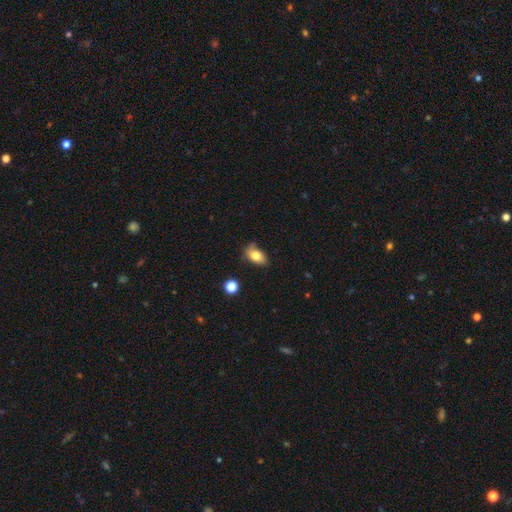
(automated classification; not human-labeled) smooth-or-featured: smooth: 79% | featured or disk: 12% | star or artifact: 9%
  how-rounded: in between: 87% | round: 11% | cigar-shaped: 2%
  merging: none: 66% | minor disturbance: 26% | major disturbance: 5% | merger: 3%